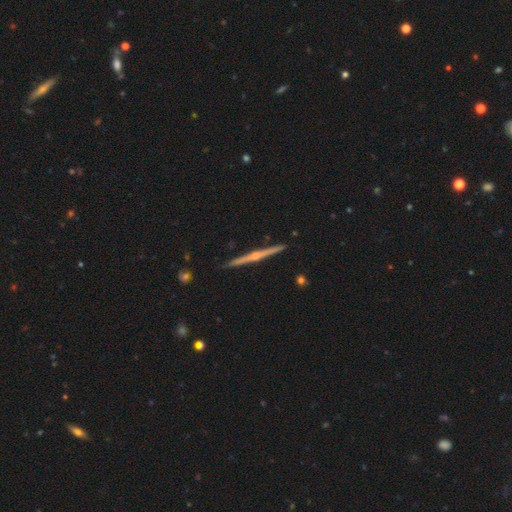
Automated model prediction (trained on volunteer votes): Smooth or featured? Predicted: featured or disk (p=0.84). Edge-on disk? Predicted: yes (p=0.99). Edge-on bulge? Predicted: rounded (p=0.85). Merging? Predicted: none (p=0.93).